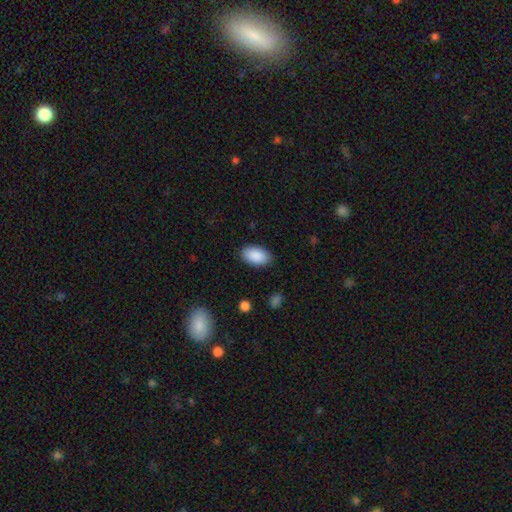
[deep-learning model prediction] A smooth galaxy with no disk features (90%) that is in between round and cigar-shaped (95%). Merging: none (87%).